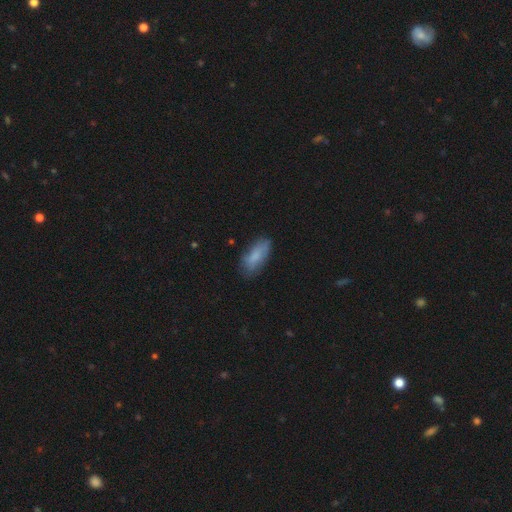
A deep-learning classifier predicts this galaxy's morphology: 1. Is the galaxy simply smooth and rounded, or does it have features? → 77% smooth, 15% featured or disk, 7% star or artifact.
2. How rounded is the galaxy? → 83% in between, 15% cigar-shaped, 2% round.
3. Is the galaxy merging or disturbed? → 67% none, 24% minor disturbance, 7% major disturbance, 2% merger.